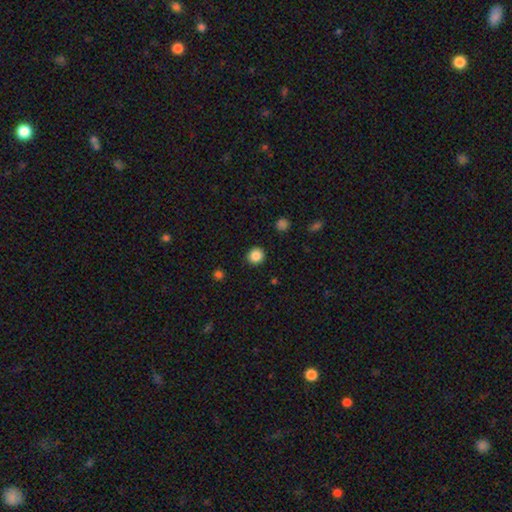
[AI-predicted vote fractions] Morphology: type=smooth (85%); roundness=round (92%); merging=none (91%).